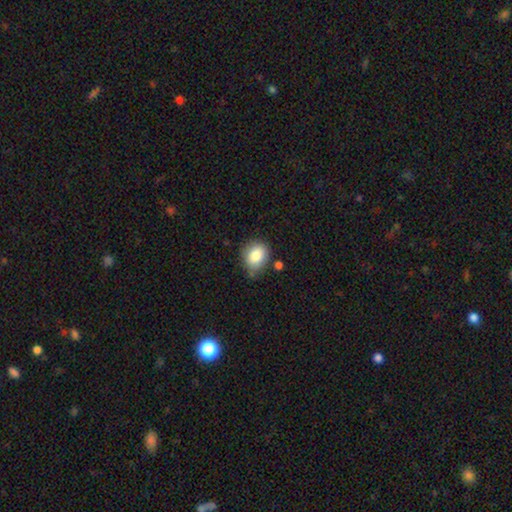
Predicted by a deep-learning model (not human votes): This is clearly a smooth galaxy (83%). How rounded: possibly round (54%). Merging: likely none (73%).